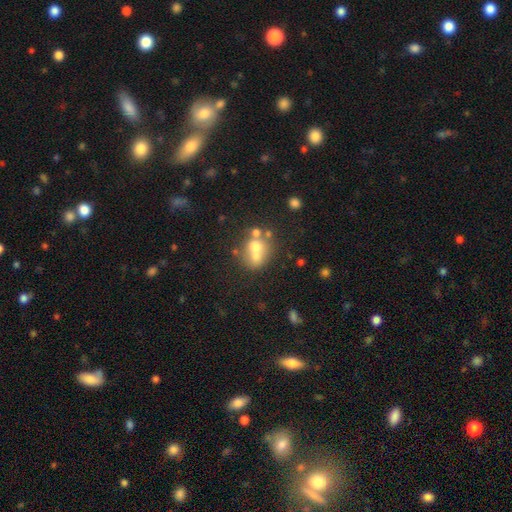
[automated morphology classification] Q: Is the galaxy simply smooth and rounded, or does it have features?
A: smooth — 57%.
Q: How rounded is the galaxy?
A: round — 69%.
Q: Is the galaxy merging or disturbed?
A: merger — 51%.